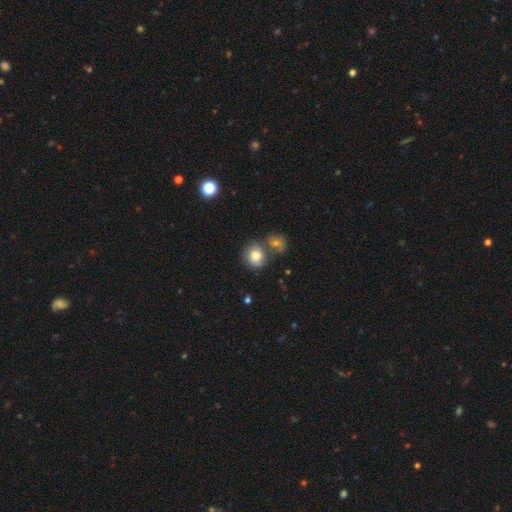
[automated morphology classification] type=smooth (71%); roundness=round (76%); merging=none (44%).